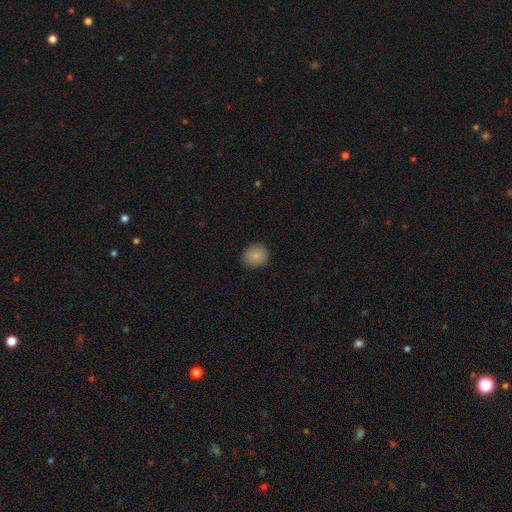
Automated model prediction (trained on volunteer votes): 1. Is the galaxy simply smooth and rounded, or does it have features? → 87% smooth, 9% star or artifact, 4% featured or disk.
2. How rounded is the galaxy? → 78% round, 21% in between, 1% cigar-shaped.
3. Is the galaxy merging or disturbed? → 88% none, 9% minor disturbance, 2% major disturbance, 1% merger.